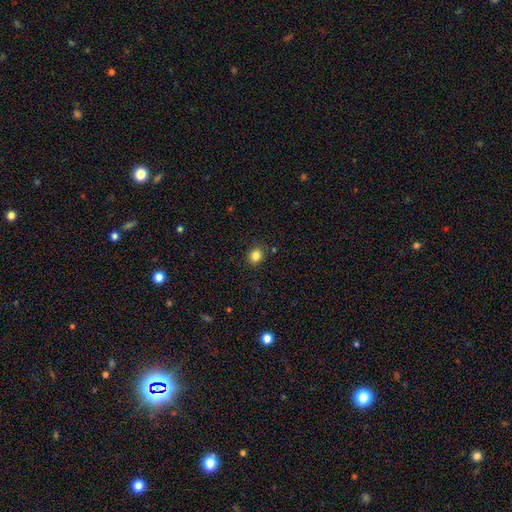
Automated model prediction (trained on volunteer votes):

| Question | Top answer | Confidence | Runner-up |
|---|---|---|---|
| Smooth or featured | smooth | 83% | star or artifact (12%) |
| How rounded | round | 74% | in between (25%) |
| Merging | none | 86% | minor disturbance (10%) |